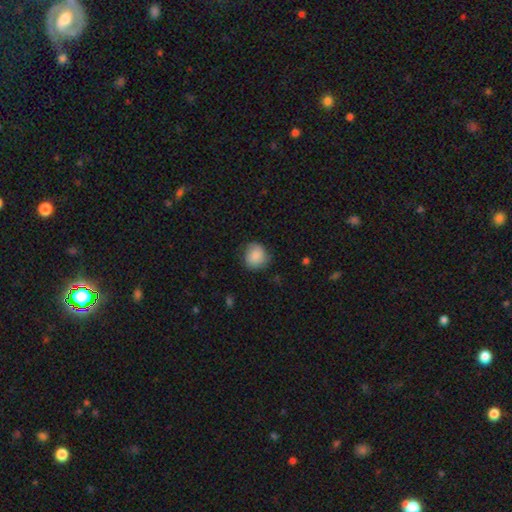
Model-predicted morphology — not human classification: smooth_or_featured: smooth (p=0.83) [alt: featured or disk p=0.10]
how_rounded: round (p=0.84) [alt: in between p=0.15]
merging: none (p=0.75) [alt: minor disturbance p=0.19]